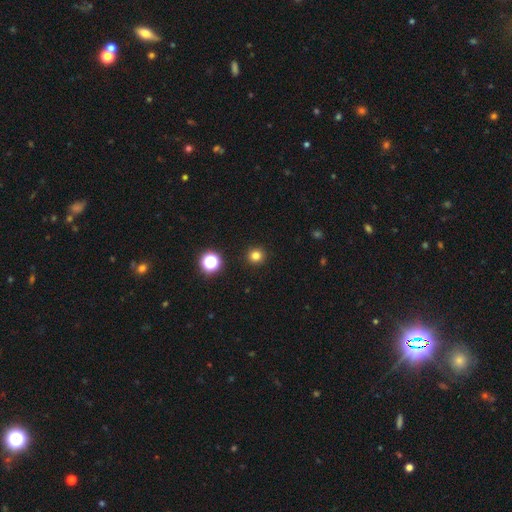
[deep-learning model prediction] A smooth galaxy with no disk features (80%) that is round (95%). Merging: none (93%).